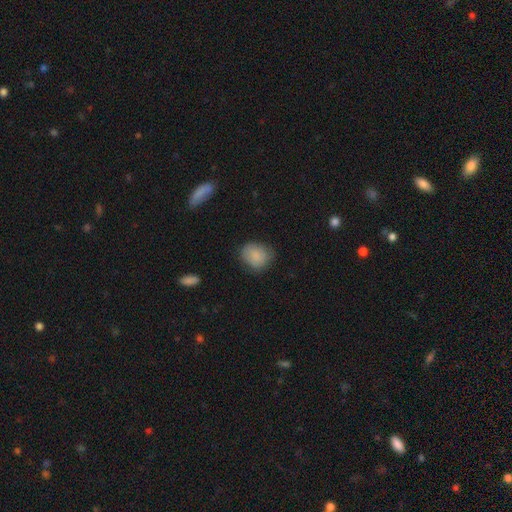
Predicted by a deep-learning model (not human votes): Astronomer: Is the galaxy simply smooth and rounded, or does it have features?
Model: smooth — 85%.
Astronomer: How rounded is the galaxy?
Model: round — 63%.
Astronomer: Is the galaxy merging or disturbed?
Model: none — 73%.